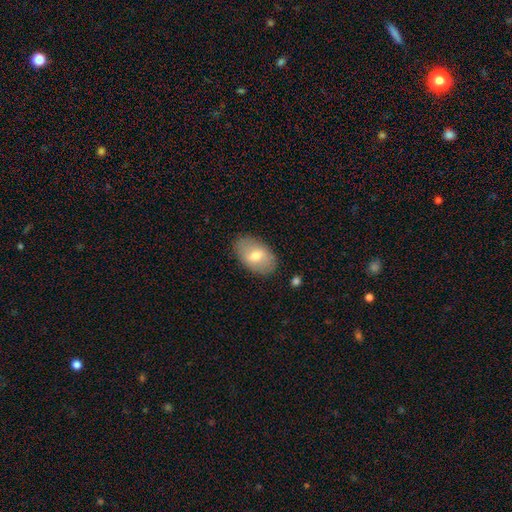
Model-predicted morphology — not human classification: Smooth or featured? smooth (65%)
How rounded? in between (90%)
Merging? none (84%)